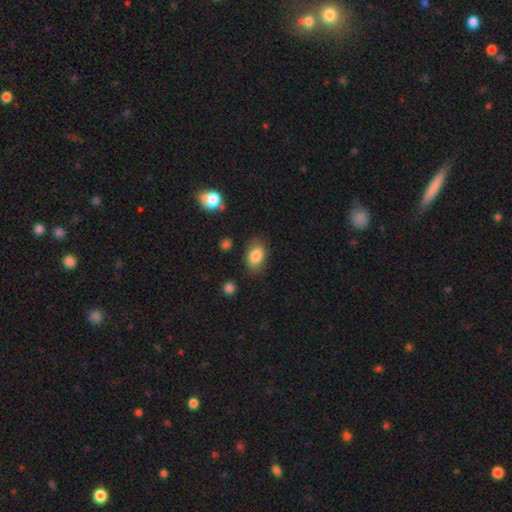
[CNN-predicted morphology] smooth_or_featured: smooth (p=0.85) [alt: star or artifact p=0.08]
how_rounded: in between (p=0.87) [alt: round p=0.11]
merging: none (p=0.80) [alt: minor disturbance p=0.15]